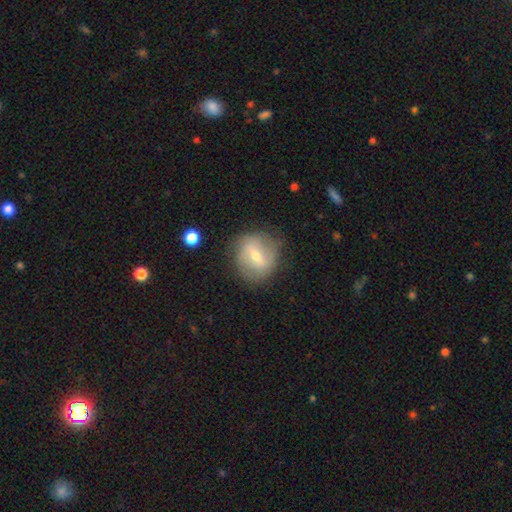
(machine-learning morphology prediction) smooth-or-featured: featured or disk: 56% | smooth: 36% | star or artifact: 8%
  disk-edge-on: no: 94% | yes: 6%
    bar: weak: 48% | strong: 36% | no: 16%
    has-spiral-arms: yes: 63% | no: 37%
    bulge-size: small: 52% | moderate: 43% | large: 2% | none: 1% | dominant: 1%
  merging: none: 77% | minor disturbance: 15% | major disturbance: 6% | merger: 1%